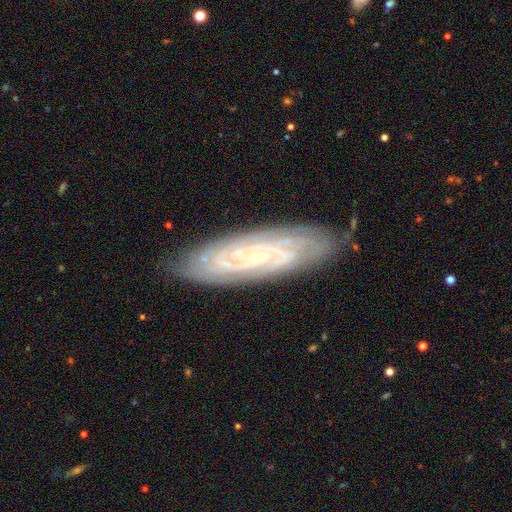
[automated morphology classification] Smooth or featured: featured or disk — 82% (smooth — 10%)
Edge-on disk: no — 84% (yes — 16%)
Bar: no — 67% (weak — 25%)
Spiral arms: yes — 96% (no — 4%)
Spiral winding: tight — 77% (medium — 19%)
Spiral arm count: can't tell — 40% (2 — 17%)
Bulge size: small — 85% (moderate — 9%)
Merging: none — 83% (minor disturbance — 13%)